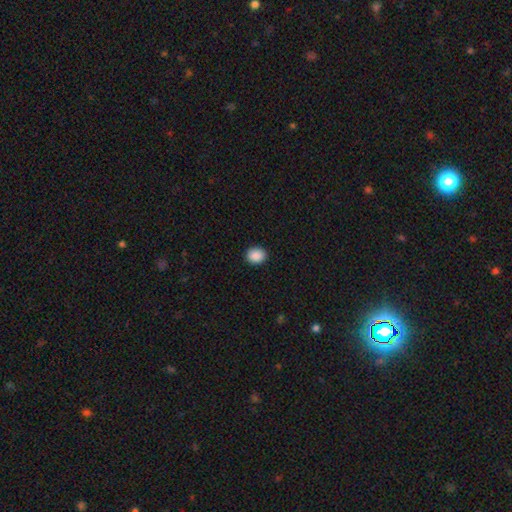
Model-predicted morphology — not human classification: smooth 89%, star or artifact 8%, featured or disk 2%. Down the decision tree: how rounded — round (60%); merging — none (91%).